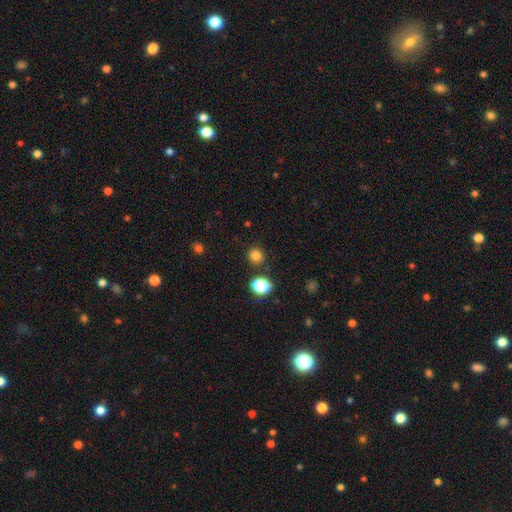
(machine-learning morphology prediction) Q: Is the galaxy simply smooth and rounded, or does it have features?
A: smooth — 80%.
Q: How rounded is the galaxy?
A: round — 91%.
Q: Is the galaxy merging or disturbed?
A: none — 89%.